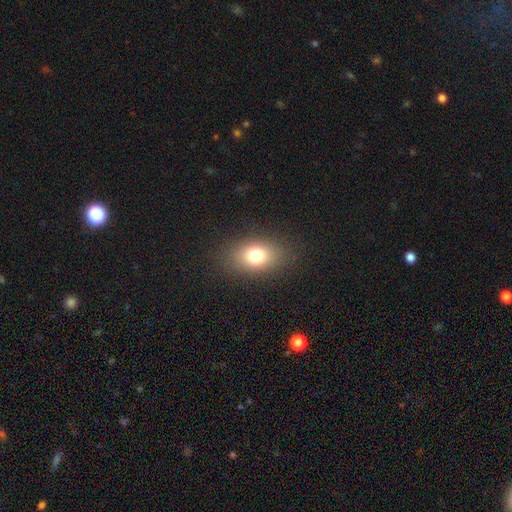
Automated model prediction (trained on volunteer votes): Smooth or featured? Predicted: smooth (p=0.75). How rounded? Predicted: in between (p=0.74). Merging? Predicted: none (p=0.85).